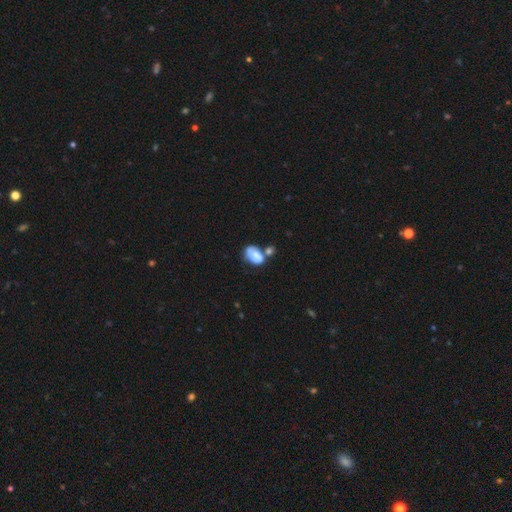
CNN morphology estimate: This appears to be a smooth galaxy with no disk features (66%) that is in between round and cigar-shaped (83%). Merging: merger (42%).